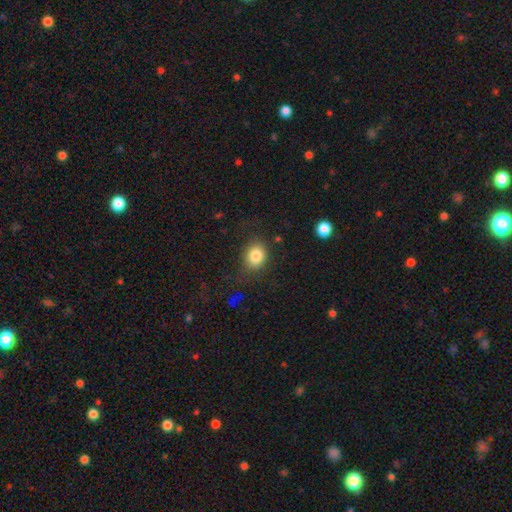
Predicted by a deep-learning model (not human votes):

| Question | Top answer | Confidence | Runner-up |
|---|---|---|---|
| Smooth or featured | smooth | 83% | star or artifact (10%) |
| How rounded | round | 52% | in between (47%) |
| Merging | none | 74% | minor disturbance (16%) |